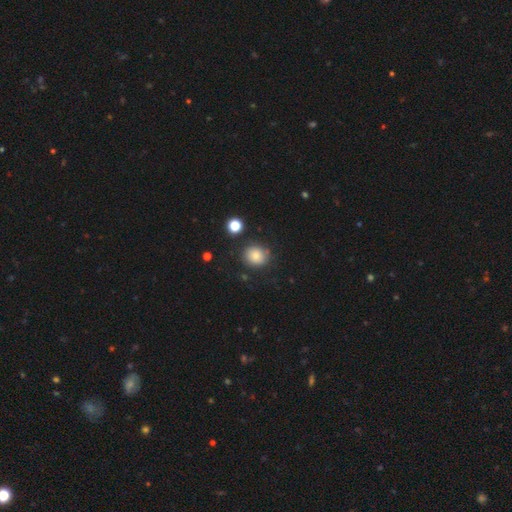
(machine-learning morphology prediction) A smooth galaxy with no disk features (80%) that is round (79%).

Vote fractions:
- Smooth or featured? smooth: 80% / star or artifact: 11% / featured or disk: 8%
- How rounded? round: 79% / in between: 20% / cigar-shaped: 1%
- Merging? none: 79% / minor disturbance: 13% / major disturbance: 4% / merger: 4%